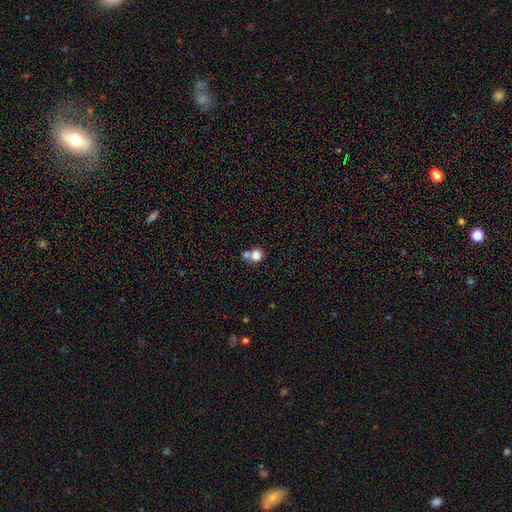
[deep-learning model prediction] Morphology: type=smooth (79%); roundness=round (83%); merging=merger (48%).